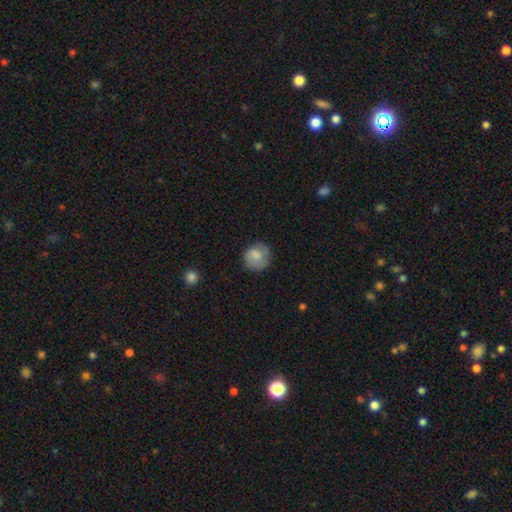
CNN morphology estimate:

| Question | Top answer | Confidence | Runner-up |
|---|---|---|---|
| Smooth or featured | smooth | 78% | featured or disk (15%) |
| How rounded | round | 84% | in between (15%) |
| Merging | none | 70% | minor disturbance (21%) |